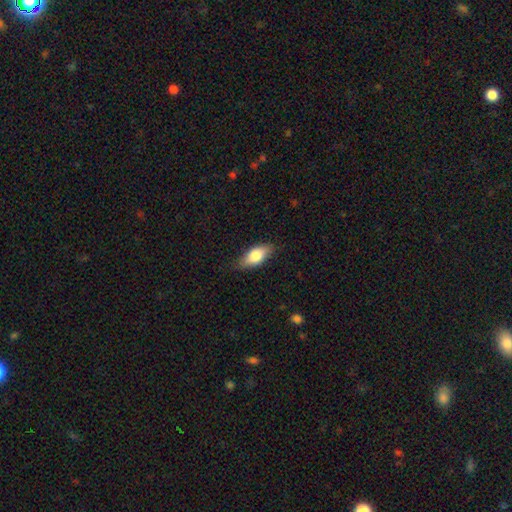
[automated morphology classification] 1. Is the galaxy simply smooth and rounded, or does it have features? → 75% smooth, 19% featured or disk, 6% star or artifact.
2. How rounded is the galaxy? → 83% in between, 14% cigar-shaped, 3% round.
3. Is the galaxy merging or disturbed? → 79% none, 17% minor disturbance, 3% major disturbance, 1% merger.